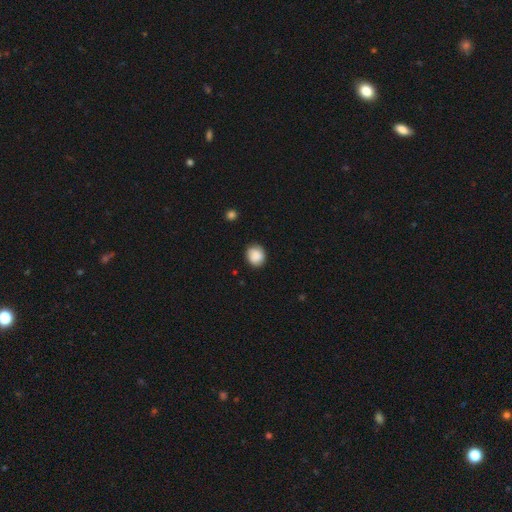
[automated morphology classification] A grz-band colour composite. It shows a smooth galaxy with no disk features (87%) that is round (76%). Merging: none (84%).